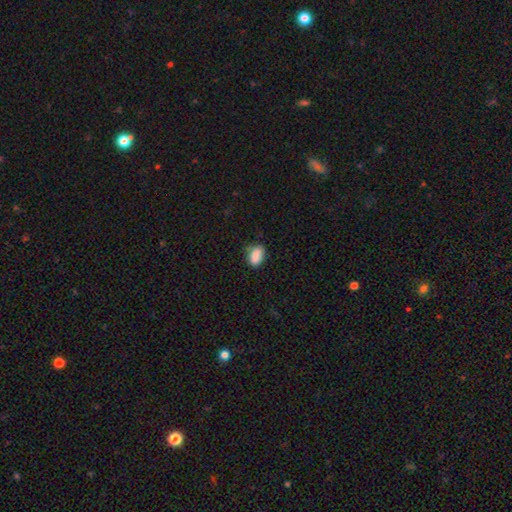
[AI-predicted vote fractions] smooth-or-featured: smooth: 87% | star or artifact: 8% | featured or disk: 5%
  how-rounded: in between: 87% | round: 10% | cigar-shaped: 3%
  merging: none: 70% | minor disturbance: 23% | major disturbance: 4% | merger: 2%